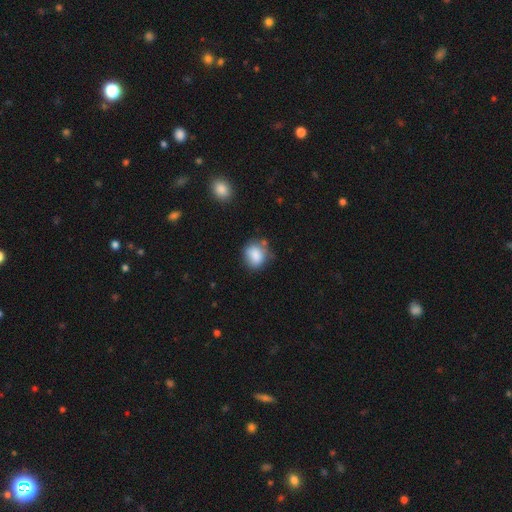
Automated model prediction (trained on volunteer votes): This appears to be a smooth galaxy with no disk features (85%) that is round (66%). Merging: none (66%).